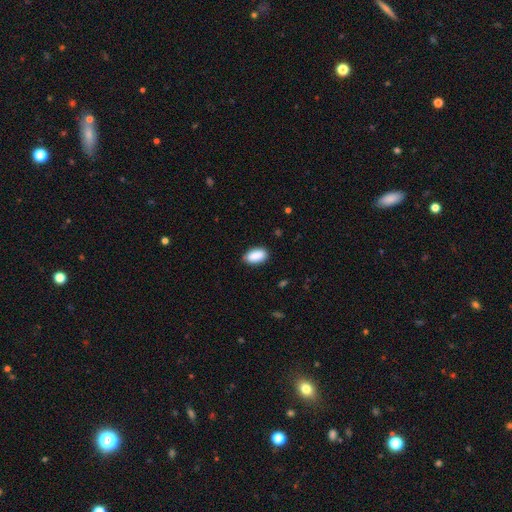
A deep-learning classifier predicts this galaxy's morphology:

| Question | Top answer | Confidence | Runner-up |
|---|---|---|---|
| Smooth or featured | smooth | 90% | star or artifact (7%) |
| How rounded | in between | 93% | round (4%) |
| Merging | none | 84% | minor disturbance (12%) |